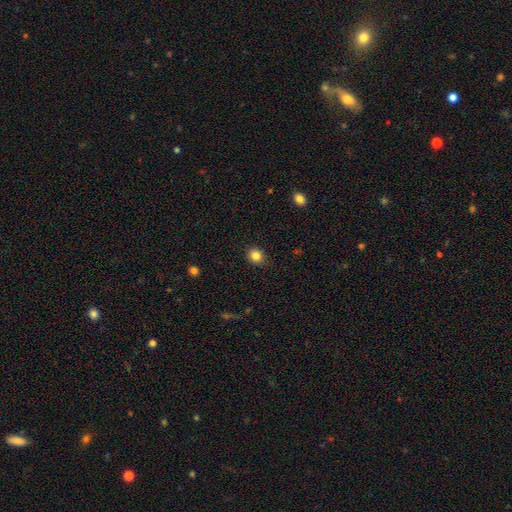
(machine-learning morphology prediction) Smooth or featured?
  - smooth: 84% *
  - star or artifact: 11%
  - featured or disk: 5%
How rounded?
  - round: 73% *
  - in between: 26%
  - cigar-shaped: 1%
Merging?
  - none: 88% *
  - minor disturbance: 9%
  - major disturbance: 2%
  - merger: 1%